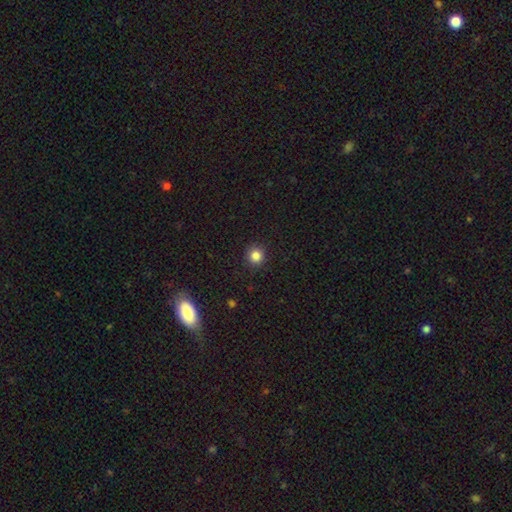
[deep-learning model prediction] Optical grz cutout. It shows a smooth galaxy with no disk features (84%) that is round (92%). Merging: none (91%).